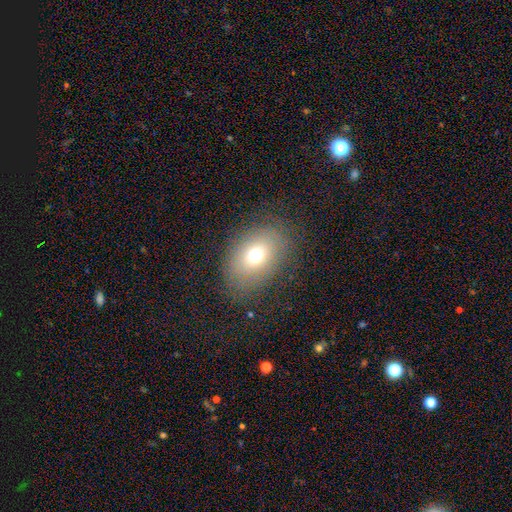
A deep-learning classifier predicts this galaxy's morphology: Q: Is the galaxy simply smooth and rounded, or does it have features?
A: smooth — 69%.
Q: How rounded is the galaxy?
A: in between — 70%.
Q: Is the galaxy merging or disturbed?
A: none — 80%.